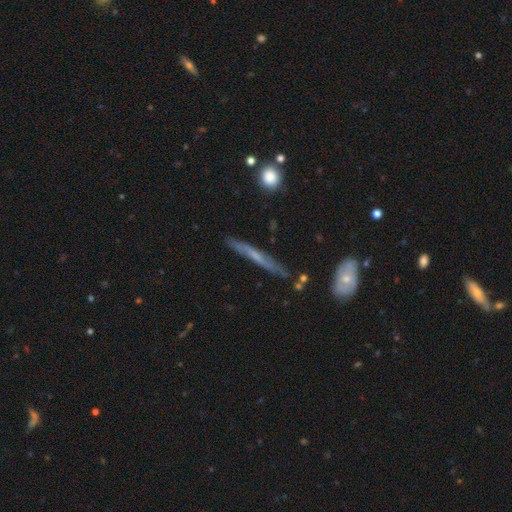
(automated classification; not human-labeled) smooth_or_featured: featured or disk (p=0.57) [alt: smooth p=0.35]
disk_edge_on: yes (p=0.89) [alt: no p=0.11]
edge_on_bulge: none (p=0.68) [alt: rounded p=0.24]
merging: none (p=0.80) [alt: minor disturbance p=0.14]